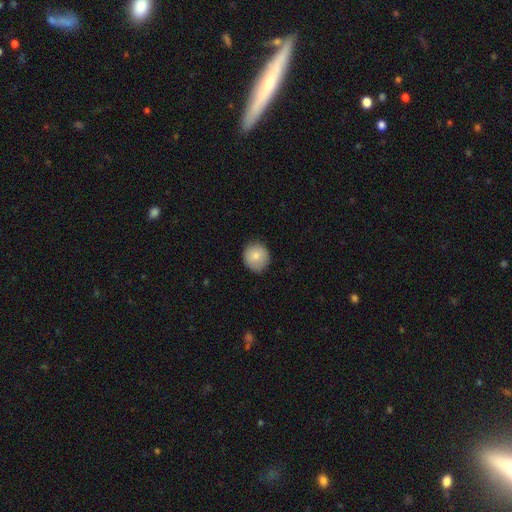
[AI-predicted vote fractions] smooth-or-featured: smooth: 81% | featured or disk: 11% | star or artifact: 8%
  how-rounded: round: 91% | in between: 8% | cigar-shaped: 1%
  merging: none: 85% | minor disturbance: 12% | major disturbance: 2% | merger: 1%